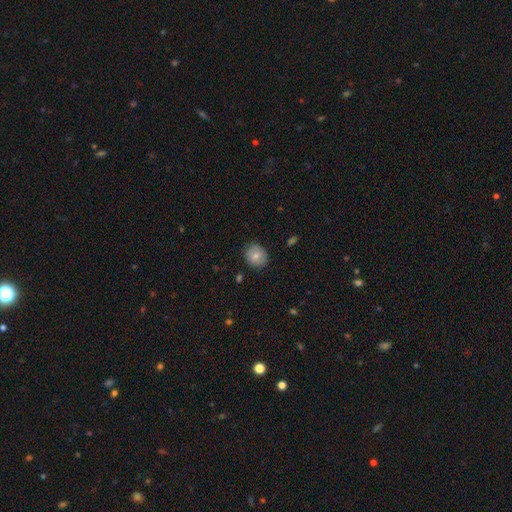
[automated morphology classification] This is likely a smooth galaxy (73%). How rounded: likely round (79%). Merging: clearly none (83%).